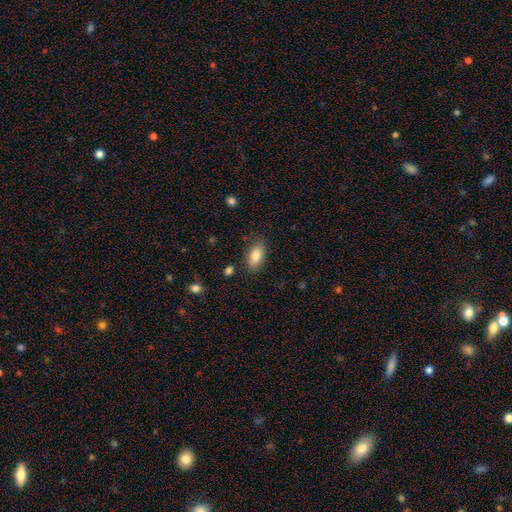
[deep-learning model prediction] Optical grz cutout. It shows a smooth galaxy with no disk features (83%) that is in between round and cigar-shaped (90%). Merging: none (84%).